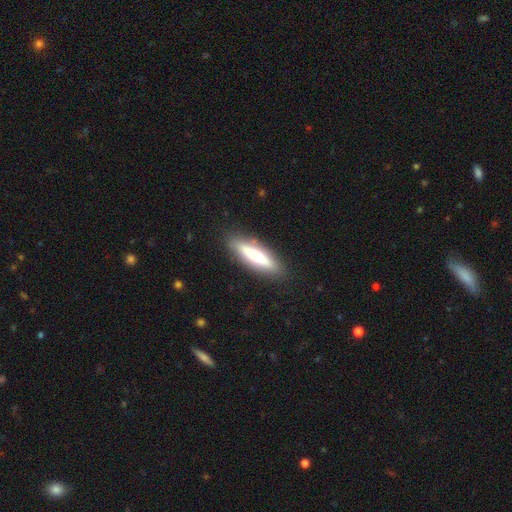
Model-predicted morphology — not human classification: smooth 64%, featured or disk 30%, star or artifact 6%. Down the decision tree: how rounded — cigar-shaped (78%); merging — none (86%).